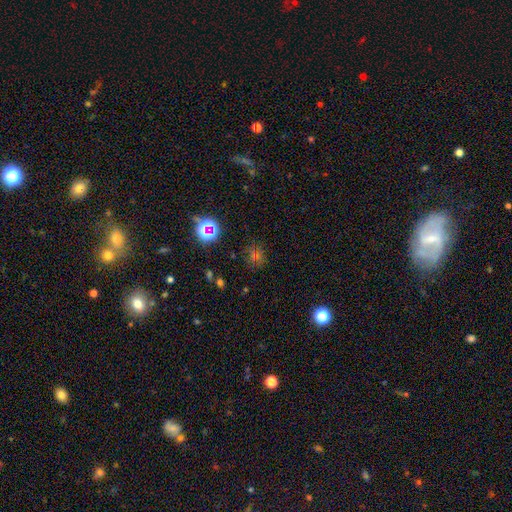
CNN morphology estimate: Smooth or featured?
  - star or artifact: 46% *
  - smooth: 44%
  - featured or disk: 10%